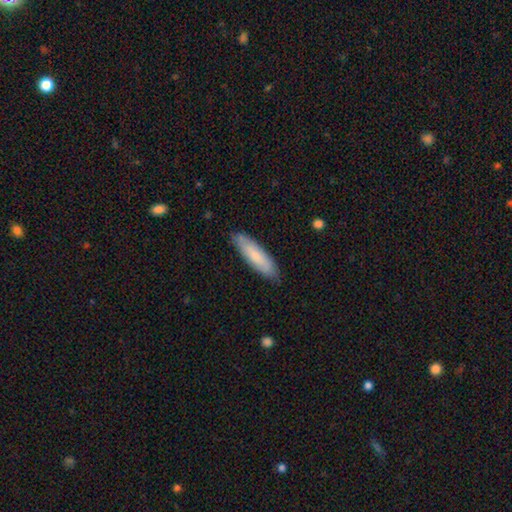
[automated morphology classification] This is likely a smooth galaxy (76%). How rounded: likely cigar-shaped (66%). Merging: clearly none (86%).